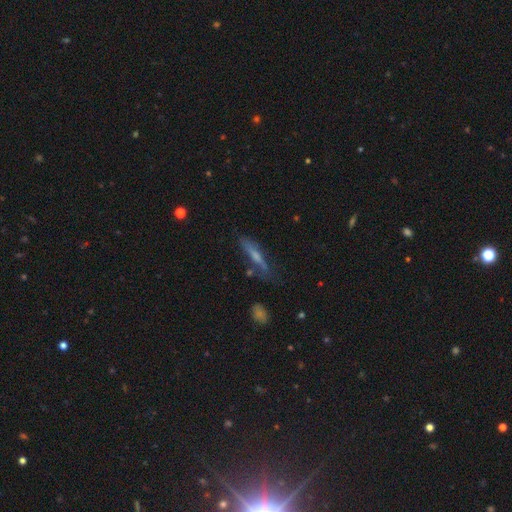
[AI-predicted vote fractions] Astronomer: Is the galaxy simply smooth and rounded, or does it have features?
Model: smooth — 47% (runner-up: featured or disk, 44%).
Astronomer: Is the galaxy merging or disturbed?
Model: none — 67%.